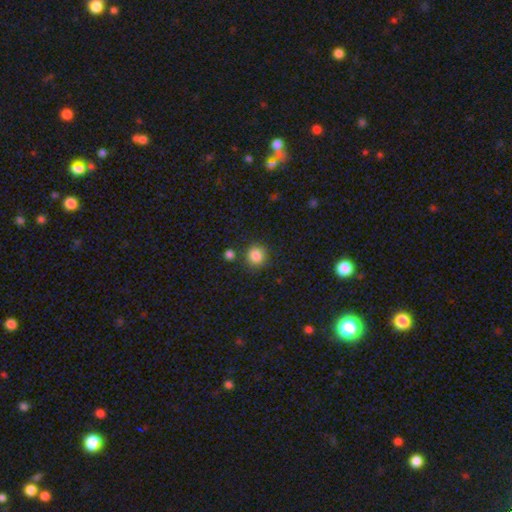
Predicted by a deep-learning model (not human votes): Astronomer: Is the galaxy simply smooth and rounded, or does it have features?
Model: smooth — 86%.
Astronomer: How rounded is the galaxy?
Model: round — 91%.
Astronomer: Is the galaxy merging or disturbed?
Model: none — 83%.